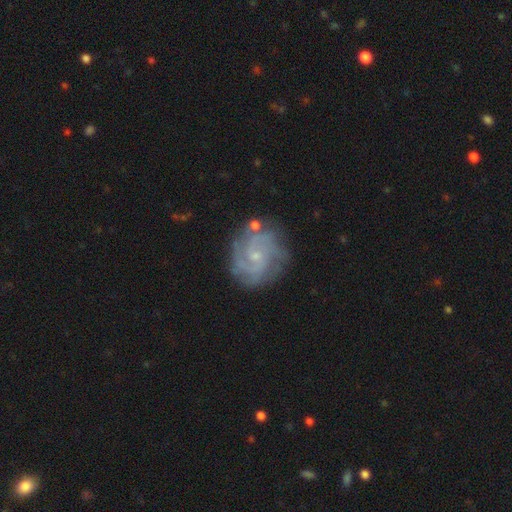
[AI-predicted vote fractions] Smooth or featured? featured or disk (83%)
Edge-on disk? no (98%)
Bar? no (65%)
Spiral arms? yes (95%)
Spiral winding? tight (54%)
Spiral arm count? can't tell (25%, tied with 2)
Bulge size? small (73%)
Merging? none (77%)